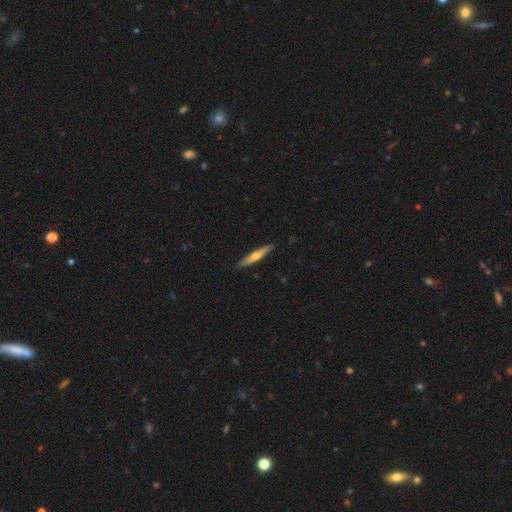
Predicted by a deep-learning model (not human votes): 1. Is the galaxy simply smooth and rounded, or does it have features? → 51% featured or disk, 44% smooth, 5% star or artifact.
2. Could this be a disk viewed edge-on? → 94% yes, 6% no.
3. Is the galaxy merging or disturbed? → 90% none, 7% minor disturbance, 1% major disturbance, 1% merger.